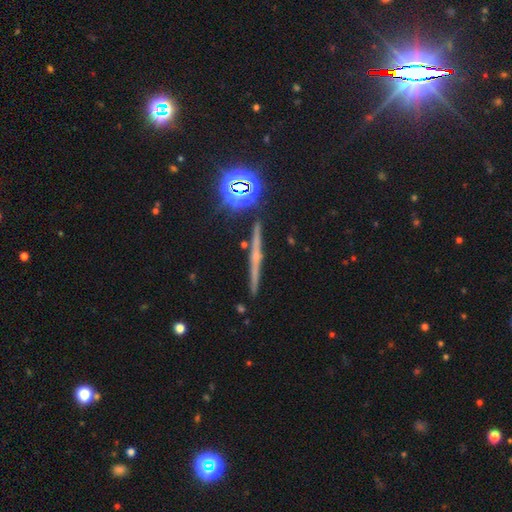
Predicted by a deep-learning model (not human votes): This is possibly a featured or disk galaxy (59%). It is clearly viewed edge-on (96%). Edge-on bulge: possibly rounded (52%). Merging: clearly none (89%).